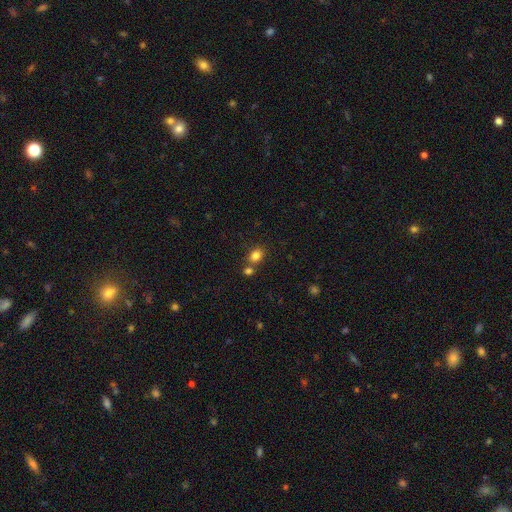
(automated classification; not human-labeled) This is clearly a smooth galaxy (83%). How rounded: possibly in between (57%). Merging: likely none (61%).